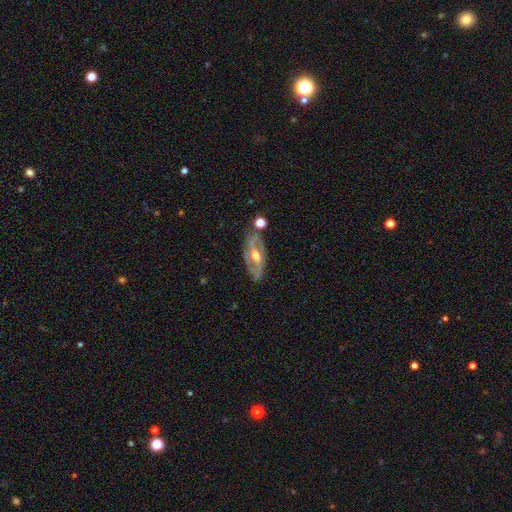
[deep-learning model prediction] Overall: featured or disk (80%). Edge-on disk: no (86%). Bar: weak (40%; strong 34%). Spiral arms: yes (82%). Spiral arm count: 2 (78%). Spiral winding: medium (47%; tight 32%). Bulge size: moderate (69%). Merging: none (72%).